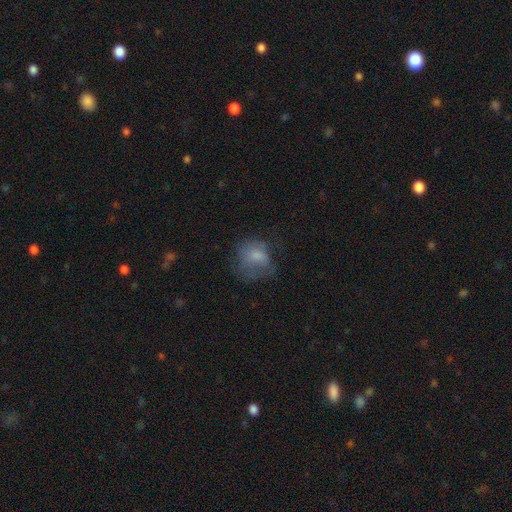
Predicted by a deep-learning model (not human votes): This appears to be a smooth galaxy with no disk features (66%) that is round (55%). Merging: none (41%).